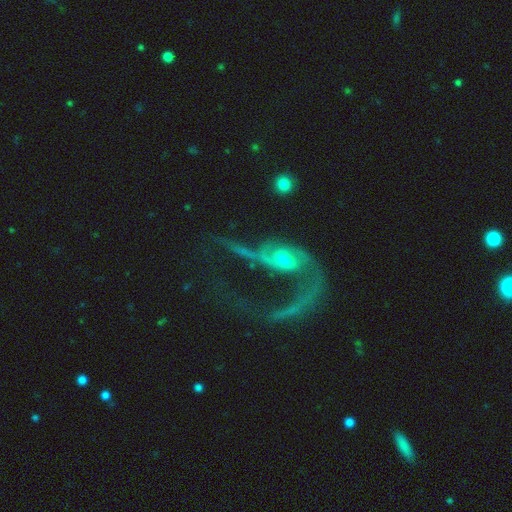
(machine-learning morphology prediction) This is clearly a featured or disk galaxy (81%). It is clearly not viewed edge-on (95%). Bar: likely no (60%). Spiral arm pattern: clearly yes (81%). Spiral arm count: possibly 2 (47%). Spiral winding: likely loose (69%). Central bulge: possibly small (51%). Merging: possibly major disturbance (55%).